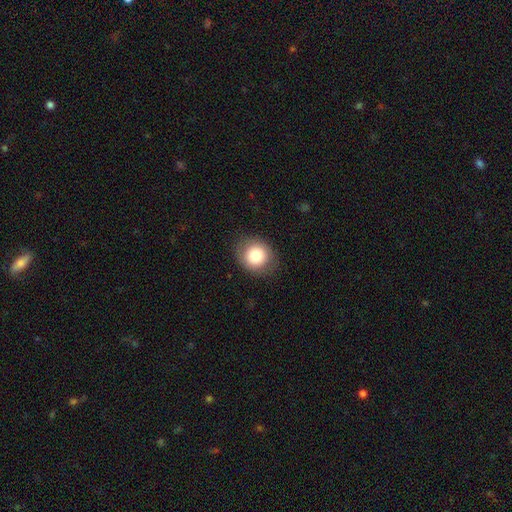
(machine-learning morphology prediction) This appears to be a smooth galaxy with no disk features (81%) that is round (74%). Merging: none (85%).